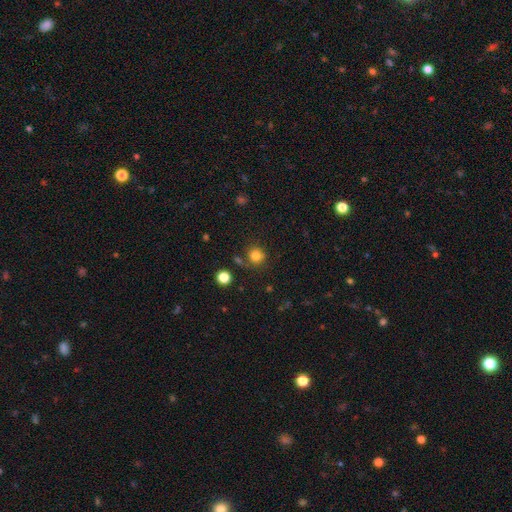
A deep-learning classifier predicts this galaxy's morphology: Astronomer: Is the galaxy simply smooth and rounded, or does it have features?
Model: smooth — 81%.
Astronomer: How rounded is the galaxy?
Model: round — 90%.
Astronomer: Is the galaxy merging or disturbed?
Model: none — 75%.